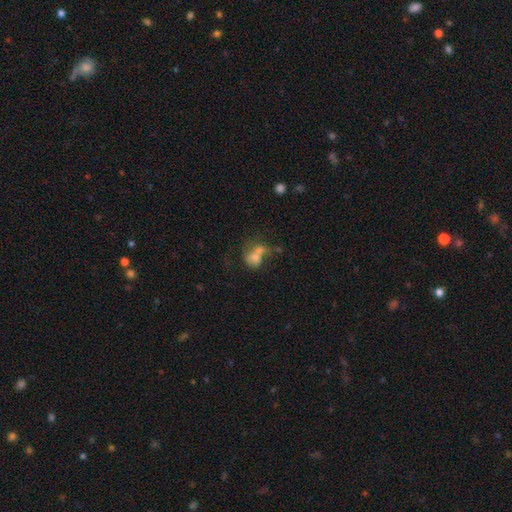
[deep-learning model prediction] This is likely a smooth galaxy (64%). How rounded: possibly round (50%). Merging: possibly merger (56%).